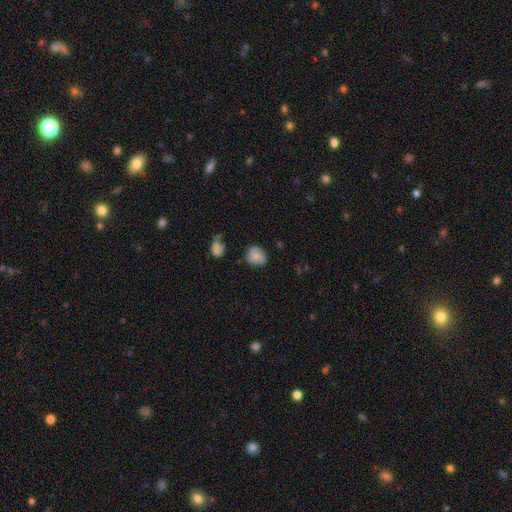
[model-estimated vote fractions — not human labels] Smooth or featured: smooth — 78% (featured or disk — 13%)
How rounded: round — 68% (in between — 31%)
Merging: none — 66% (minor disturbance — 26%)